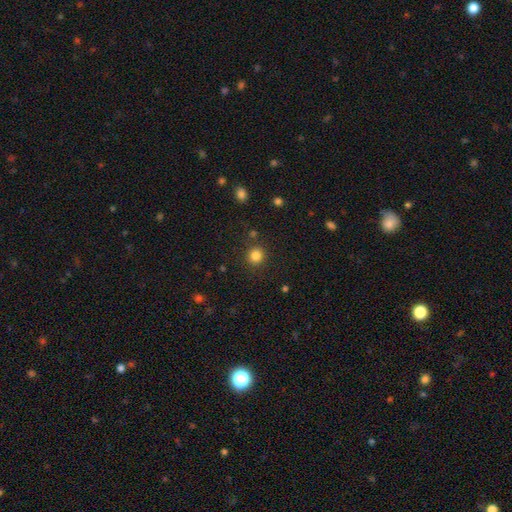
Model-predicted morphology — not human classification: A smooth galaxy with no disk features (83%) that is round (91%). Merging: none (87%).